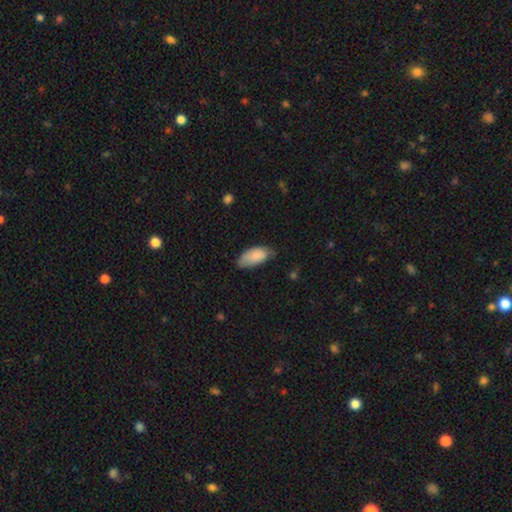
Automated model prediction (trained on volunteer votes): Q: Smooth or featured?
A: smooth (82%); runner-up: featured or disk (12%)
Q: How rounded?
A: in between (92%); runner-up: cigar-shaped (6%)
Q: Merging?
A: none (54%); runner-up: minor disturbance (37%)